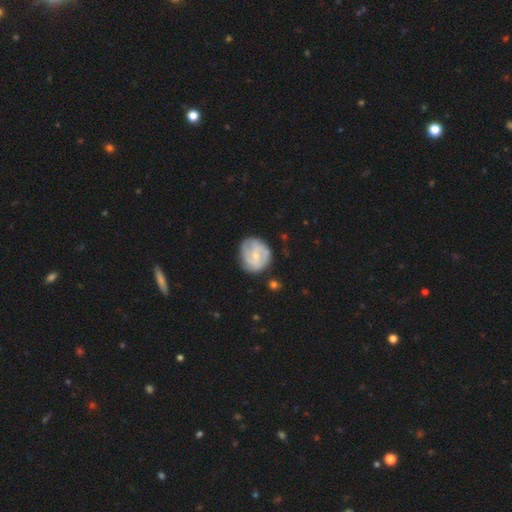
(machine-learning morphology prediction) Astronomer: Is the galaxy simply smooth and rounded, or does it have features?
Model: featured or disk — 61%.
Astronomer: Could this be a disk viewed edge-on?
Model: no — 98%.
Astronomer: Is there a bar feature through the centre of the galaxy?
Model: no — 57% (runner-up: weak, 36%).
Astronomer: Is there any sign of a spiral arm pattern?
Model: yes — 78%.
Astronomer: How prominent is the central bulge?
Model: small — 59%.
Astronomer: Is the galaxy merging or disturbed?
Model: none — 69%.